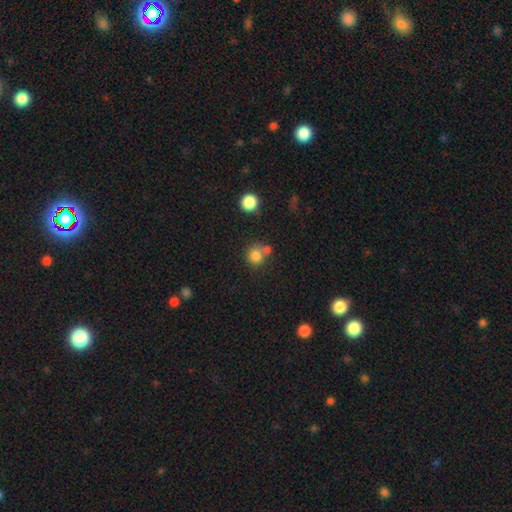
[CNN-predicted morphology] smooth 80%, star or artifact 12%, featured or disk 8%. Down the decision tree: how rounded — round (88%); merging — none (55%).